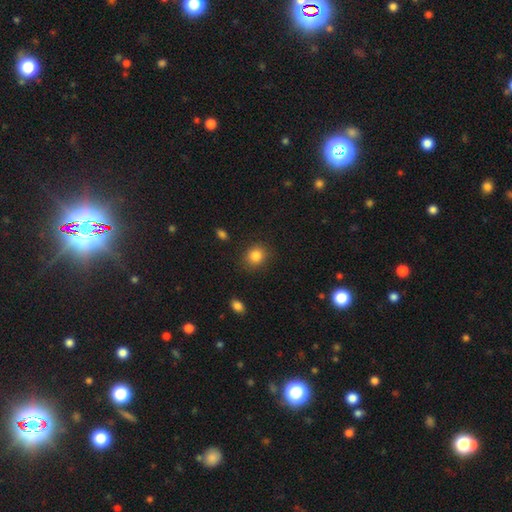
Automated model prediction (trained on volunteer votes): Smooth or featured: smooth — 85% (star or artifact — 10%)
How rounded: round — 75% (in between — 24%)
Merging: none — 87% (minor disturbance — 9%)